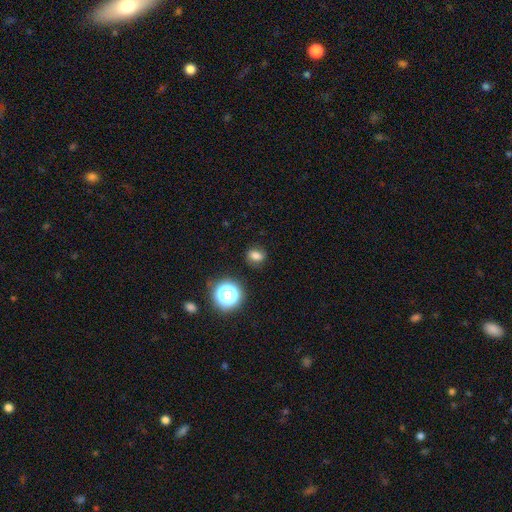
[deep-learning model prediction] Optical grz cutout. It shows a smooth galaxy with no disk features (72%) that is in between round and cigar-shaped (54%). Merging: none (81%).